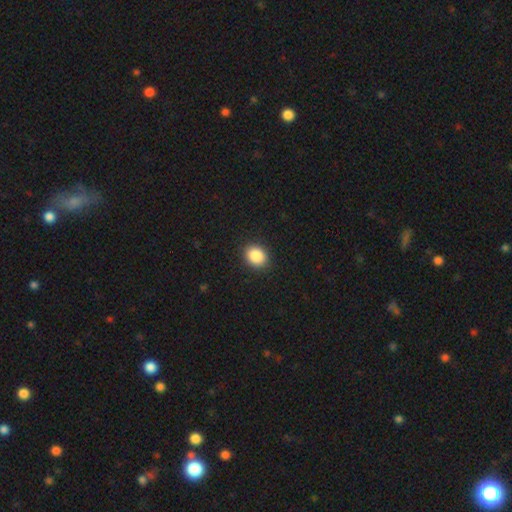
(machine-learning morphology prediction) Overall: smooth (88%). How rounded: round (53%; in between 46%). Merging: none (91%).